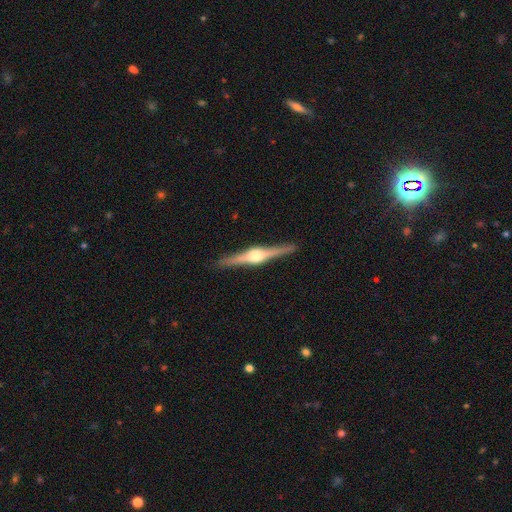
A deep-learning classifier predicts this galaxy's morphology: featured or disk 85%, smooth 10%, star or artifact 5%. Down the decision tree: edge-on disk — yes (98%); edge-on bulge — rounded (92%); merging — none (91%).